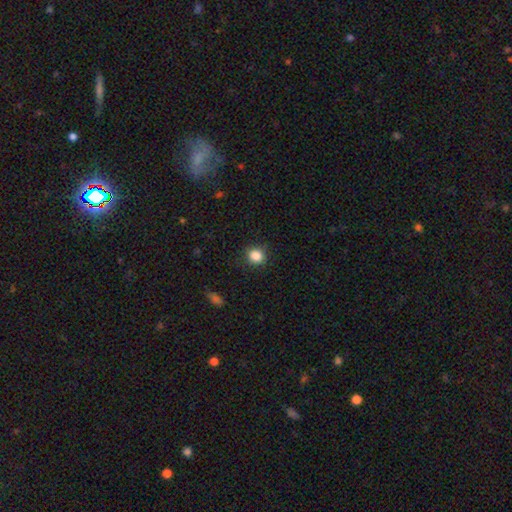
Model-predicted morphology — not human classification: Smooth or featured: smooth — 85% (star or artifact — 11%)
How rounded: round — 84% (in between — 15%)
Merging: none — 87% (minor disturbance — 10%)